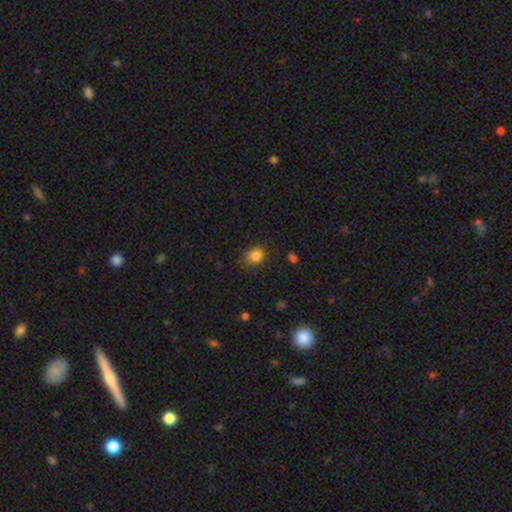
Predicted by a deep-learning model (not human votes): Smooth or featured? smooth (83%)
How rounded? round (64%)
Merging? none (71%)